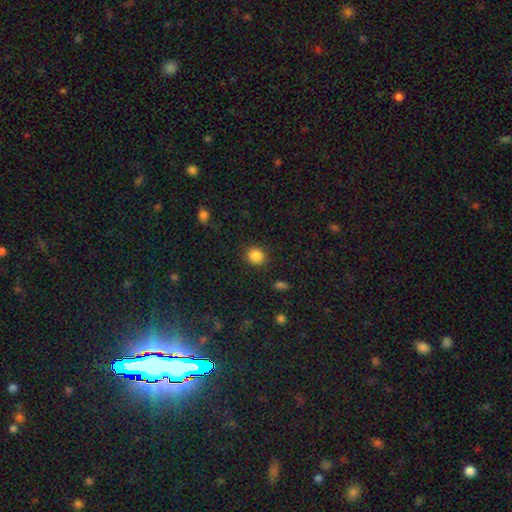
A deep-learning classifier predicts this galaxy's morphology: Smooth or featured: smooth — 86% (star or artifact — 10%)
How rounded: round — 79% (in between — 20%)
Merging: none — 89% (minor disturbance — 7%)